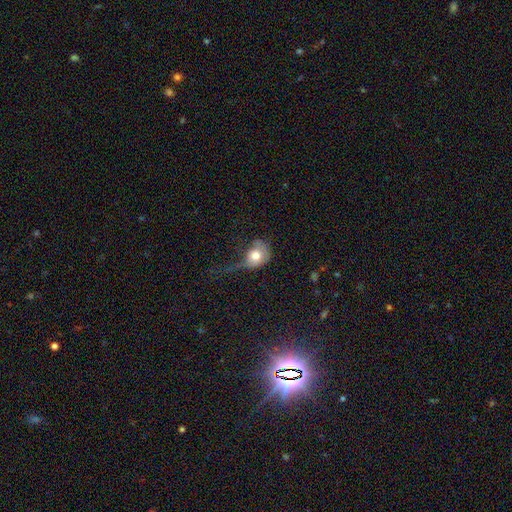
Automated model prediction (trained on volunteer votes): A smooth galaxy with no disk features (72%) that is round (57%). Merging: major disturbance (50%).